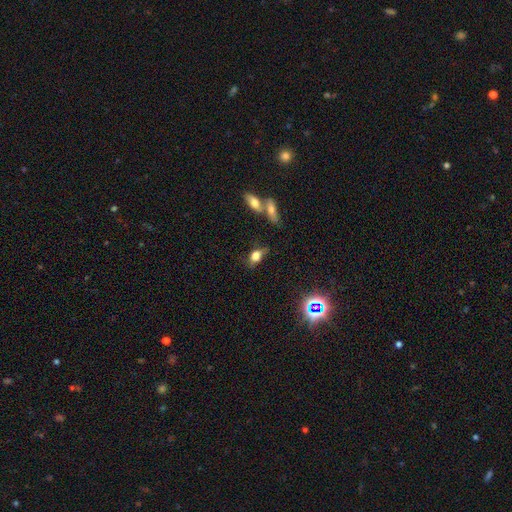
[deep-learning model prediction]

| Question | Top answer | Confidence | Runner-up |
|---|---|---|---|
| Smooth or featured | smooth | 66% | featured or disk (20%) |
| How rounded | in between | 75% | round (16%) |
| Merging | none | 49% | minor disturbance (27%) |